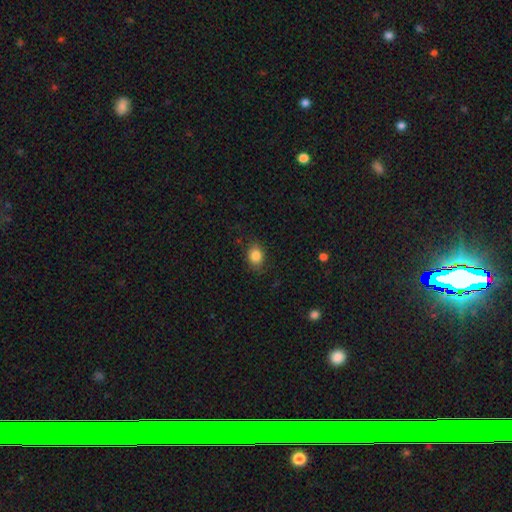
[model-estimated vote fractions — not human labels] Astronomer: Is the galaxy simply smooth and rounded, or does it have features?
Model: smooth — 85%.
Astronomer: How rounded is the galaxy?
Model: in between — 60% (runner-up: round, 39%).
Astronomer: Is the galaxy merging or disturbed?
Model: none — 82%.